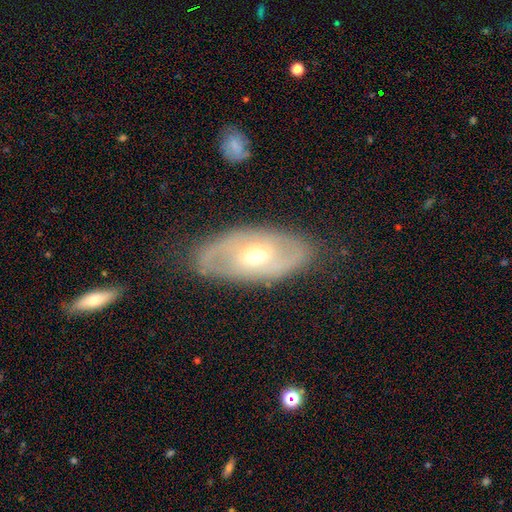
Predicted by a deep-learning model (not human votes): Q: Smooth or featured?
A: featured or disk (65%); runner-up: smooth (28%)
Q: Edge-on disk?
A: no (88%); runner-up: yes (12%)
Q: Bar?
A: weak (44%); runner-up: no (41%)
Q: Spiral arms?
A: yes (55%); runner-up: no (45%)
Q: Bulge size?
A: moderate (66%); runner-up: small (25%)
Q: Merging?
A: none (78%); runner-up: minor disturbance (14%)